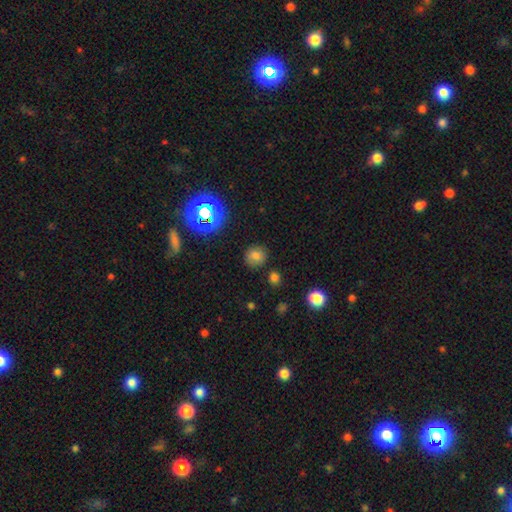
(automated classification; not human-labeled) Q: Smooth or featured?
A: smooth (72%); runner-up: star or artifact (19%)
Q: How rounded?
A: round (86%); runner-up: in between (13%)
Q: Merging?
A: none (83%); runner-up: minor disturbance (10%)